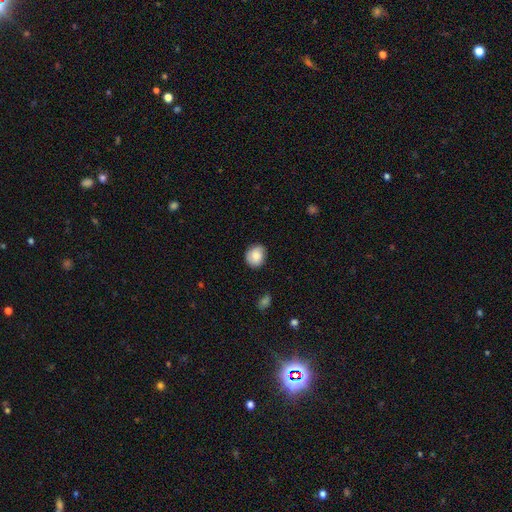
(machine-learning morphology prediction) This appears to be a smooth galaxy with no disk features (79%) that is round (73%). Merging: none (81%).